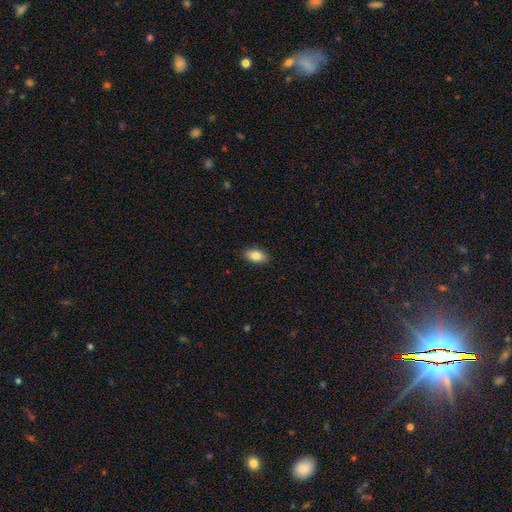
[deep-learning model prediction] Smooth or featured? smooth (84%)
How rounded? in between (91%)
Merging? none (89%)